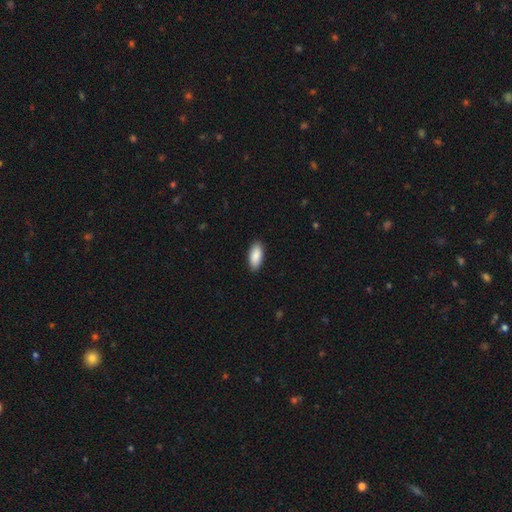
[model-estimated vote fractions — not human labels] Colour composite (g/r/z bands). It shows a smooth galaxy with no disk features (90%) that is in between round and cigar-shaped (89%). Merging: none (89%).